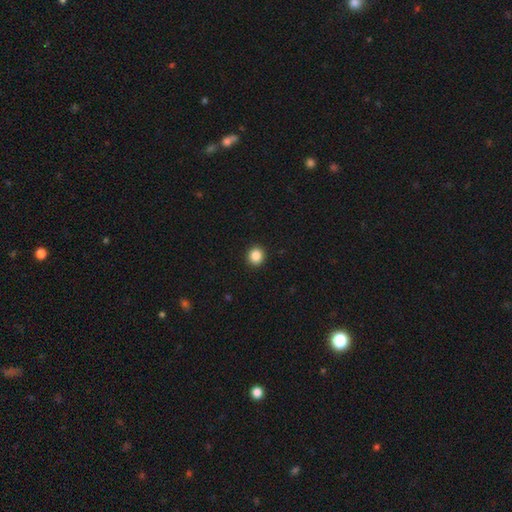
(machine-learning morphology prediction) This is clearly a smooth galaxy (87%). How rounded: clearly round (91%). Merging: clearly none (93%).